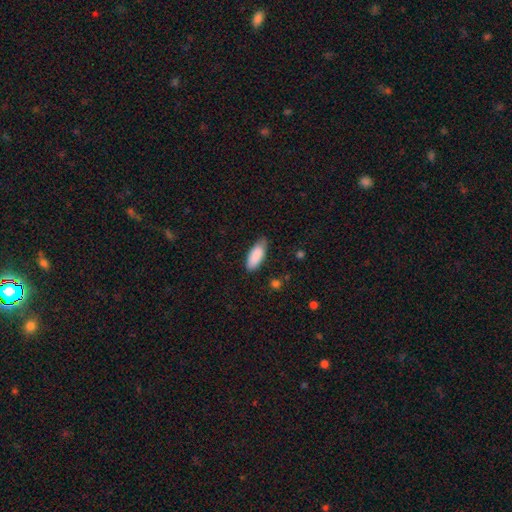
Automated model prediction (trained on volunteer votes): Morphology: type=smooth (89%); roundness=in between (83%); merging=none (71%).